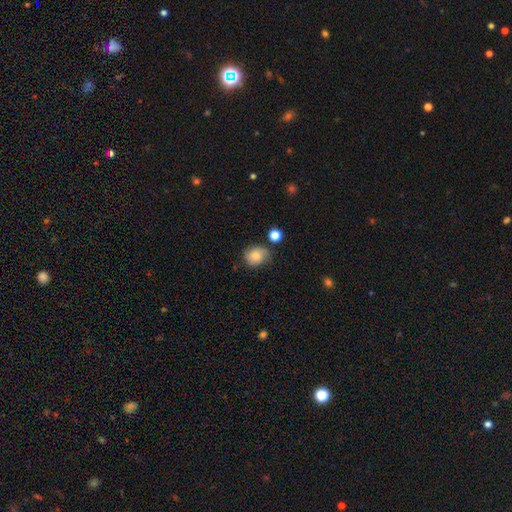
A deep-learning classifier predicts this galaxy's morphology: The model was most divided on "how rounded": round: 66%, in between: 33%, cigar-shaped: 1%. More confident: smooth or featured — smooth (77%); merging — none (65%).